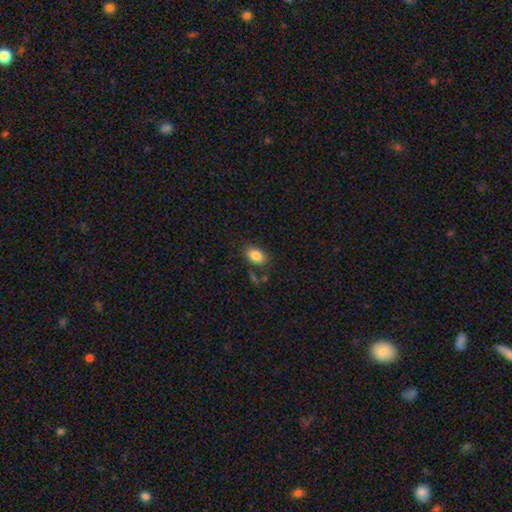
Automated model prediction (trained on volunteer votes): A smooth galaxy with no disk features (84%) that is in between round and cigar-shaped (84%). Merging: none (77%).